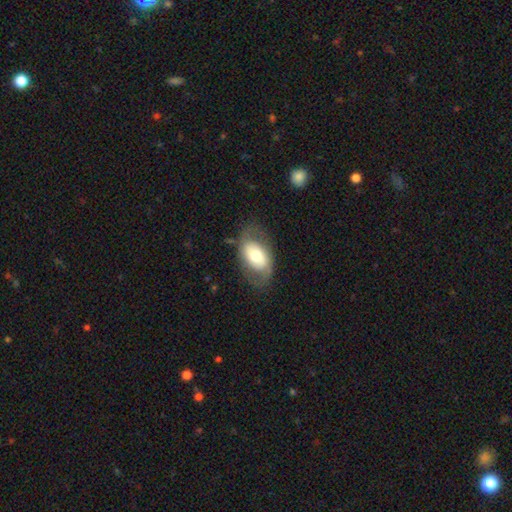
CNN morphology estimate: type=smooth (51%); roundness=in between (87%); merging=none (67%).